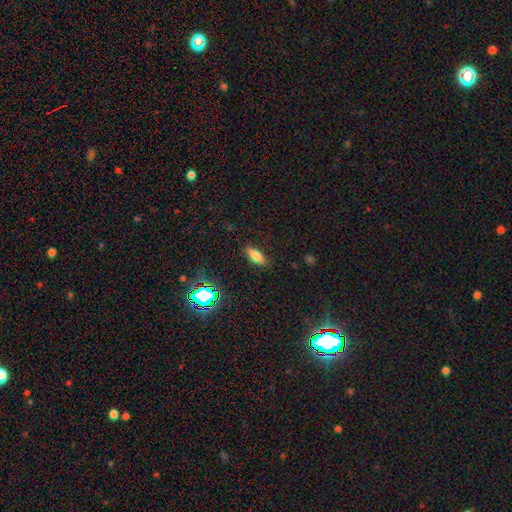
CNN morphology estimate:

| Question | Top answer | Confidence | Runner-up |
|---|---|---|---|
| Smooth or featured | smooth | 73% | featured or disk (14%) |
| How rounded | in between | 73% | cigar-shaped (24%) |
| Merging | none | 86% | minor disturbance (10%) |